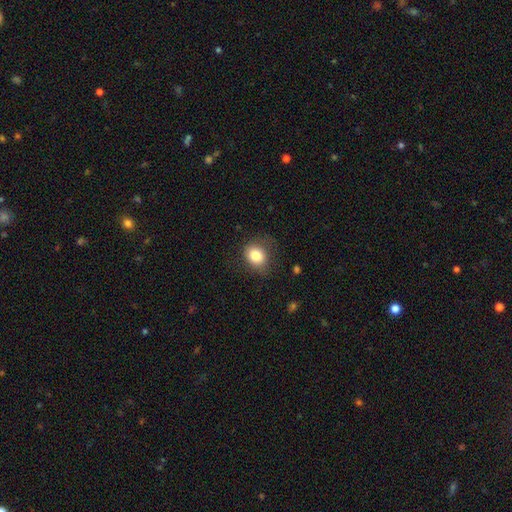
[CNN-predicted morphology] This is clearly a smooth galaxy (81%). How rounded: possibly round (56%). Merging: likely none (71%).